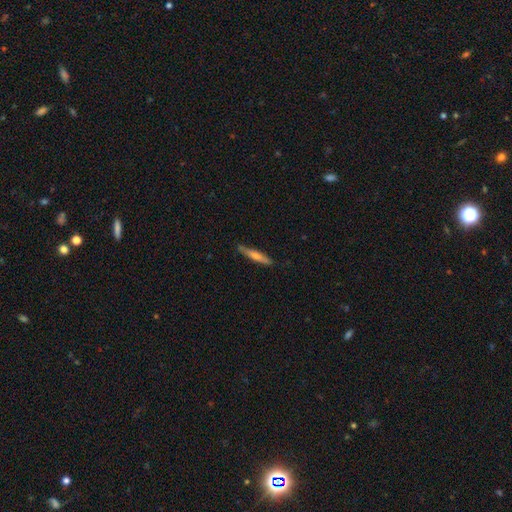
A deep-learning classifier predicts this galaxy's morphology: smooth 49%, featured or disk 45%, star or artifact 6%. Down the decision tree: merging — none (87%).